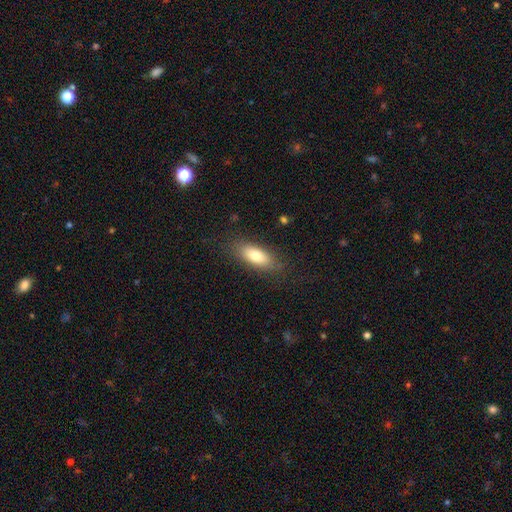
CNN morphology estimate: Smooth or featured: smooth — 76% (featured or disk — 17%)
How rounded: in between — 75% (cigar-shaped — 22%)
Merging: none — 81% (minor disturbance — 13%)